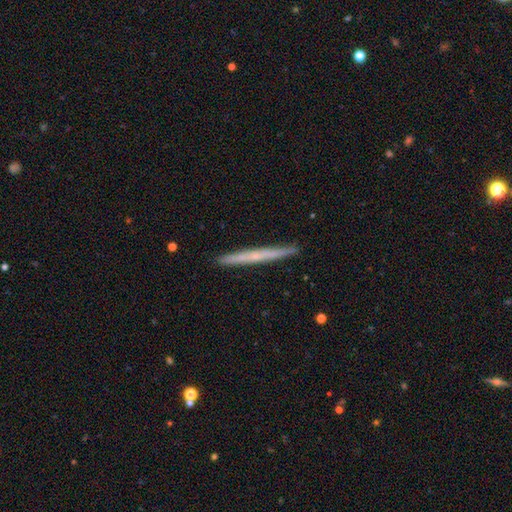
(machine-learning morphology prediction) A featured or disk galaxy (48%). Merging: none (92%).